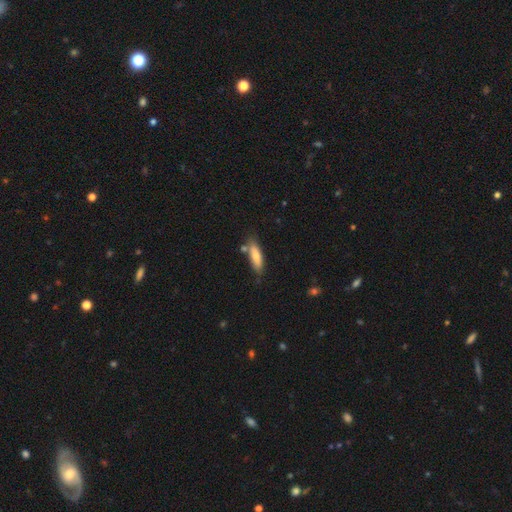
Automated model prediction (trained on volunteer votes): Smooth or featured? Predicted: smooth (p=0.73). How rounded? Predicted: cigar-shaped (p=0.59). Merging? Predicted: none (p=0.70).